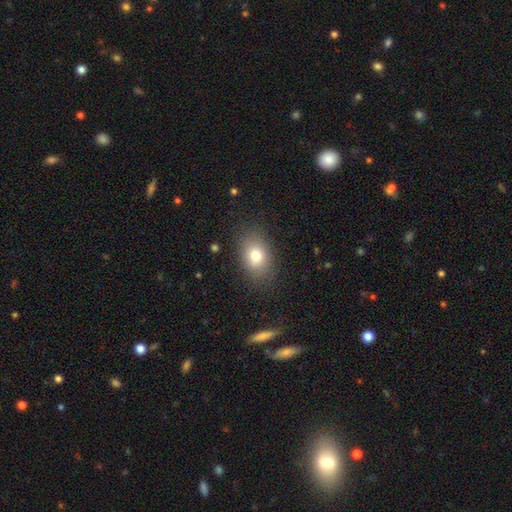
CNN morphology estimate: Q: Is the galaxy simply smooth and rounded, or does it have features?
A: smooth — 77%.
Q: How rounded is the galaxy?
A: in between — 75%.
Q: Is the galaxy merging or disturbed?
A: none — 83%.